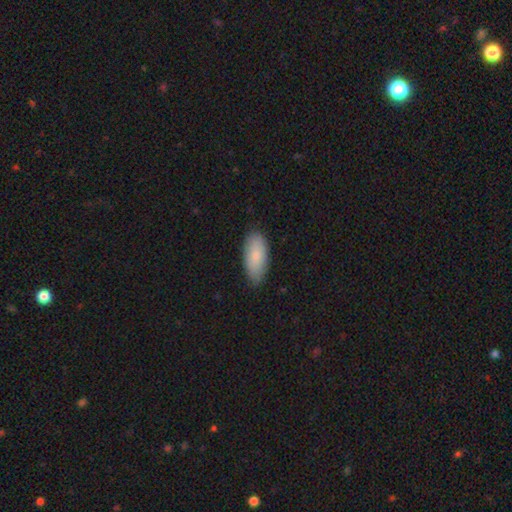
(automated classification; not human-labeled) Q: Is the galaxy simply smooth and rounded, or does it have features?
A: smooth — 84%.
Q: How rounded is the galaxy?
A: in between — 90%.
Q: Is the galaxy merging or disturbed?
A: none — 79%.